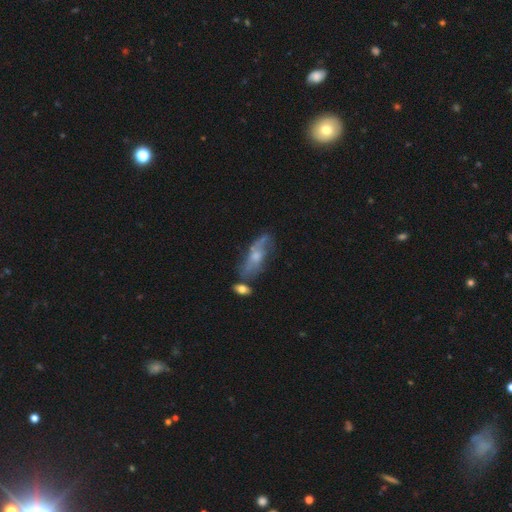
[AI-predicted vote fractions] This appears to be a featured or disk galaxy (61%). Merging: none (49%).